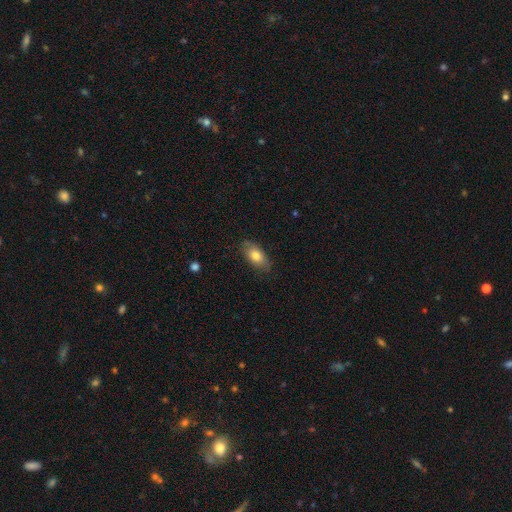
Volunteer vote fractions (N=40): Overall: smooth (82%). How rounded: in between (94%). Merging: none (76%).